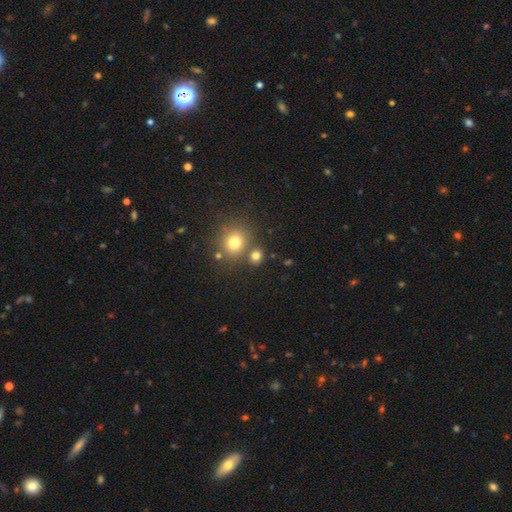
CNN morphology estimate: smooth_or_featured: smooth (p=0.74) [alt: star or artifact p=0.17]
how_rounded: round (p=0.79) [alt: in between p=0.20]
merging: none (p=0.70) [alt: merger p=0.17]